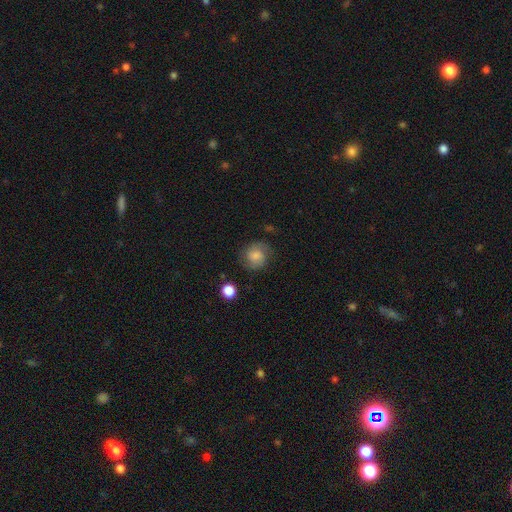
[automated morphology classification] type=smooth (59%); roundness=round (79%); merging=none (74%).